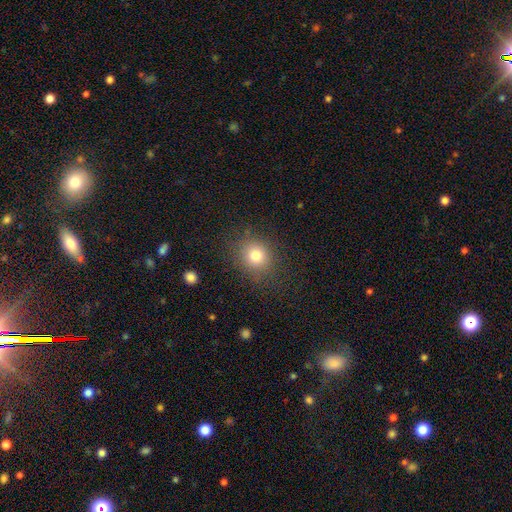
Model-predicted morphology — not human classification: Q: Smooth or featured?
A: smooth (78%); runner-up: star or artifact (13%)
Q: How rounded?
A: round (80%); runner-up: in between (19%)
Q: Merging?
A: none (83%); runner-up: minor disturbance (11%)